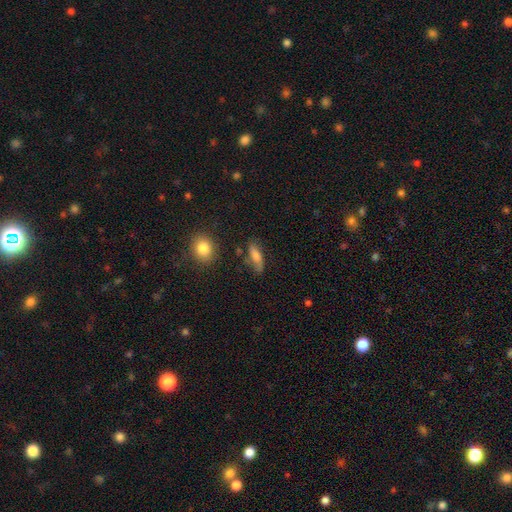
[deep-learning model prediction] The model was most divided on "how rounded": in between: 54%, cigar-shaped: 42%, round: 5%. More confident: merging — none (68%); smooth or featured — smooth (64%).